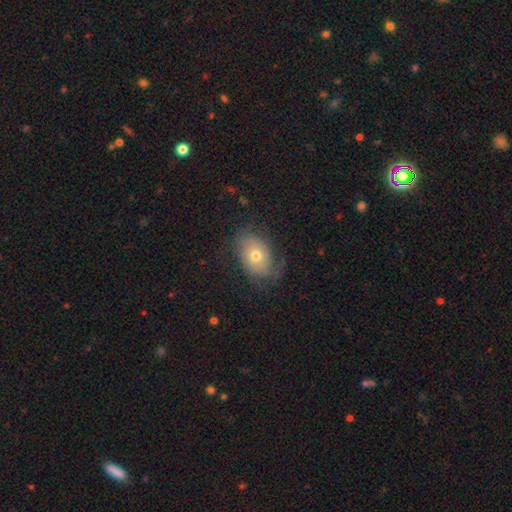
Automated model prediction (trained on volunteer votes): Morphology: type=smooth (48%); merging=none (63%).